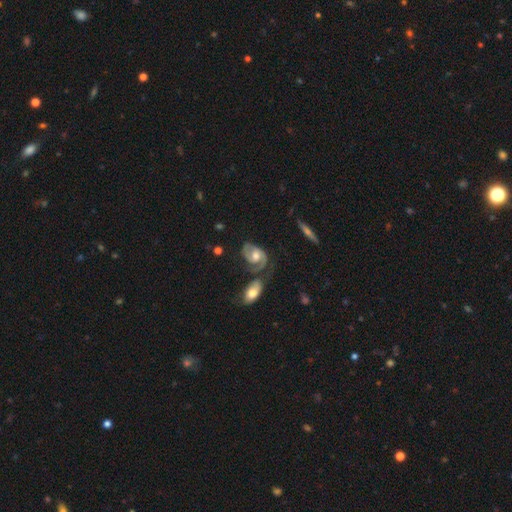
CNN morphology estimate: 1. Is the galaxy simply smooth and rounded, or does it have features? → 79% featured or disk, 15% smooth, 5% star or artifact.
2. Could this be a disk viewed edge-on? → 96% no, 4% yes.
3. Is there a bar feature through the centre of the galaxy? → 58% no, 33% weak, 8% strong.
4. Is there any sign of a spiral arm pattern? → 92% yes, 8% no.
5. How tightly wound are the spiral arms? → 45% medium, 38% tight, 16% loose.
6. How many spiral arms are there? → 77% 2, 11% 1, 7% can't tell, 2% 3, 1% 4, 1% more than 4.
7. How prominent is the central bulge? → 63% moderate, 21% large, 12% small, 3% none, 2% dominant.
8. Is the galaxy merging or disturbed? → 43% none, 21% merger, 19% minor disturbance, 17% major disturbance.